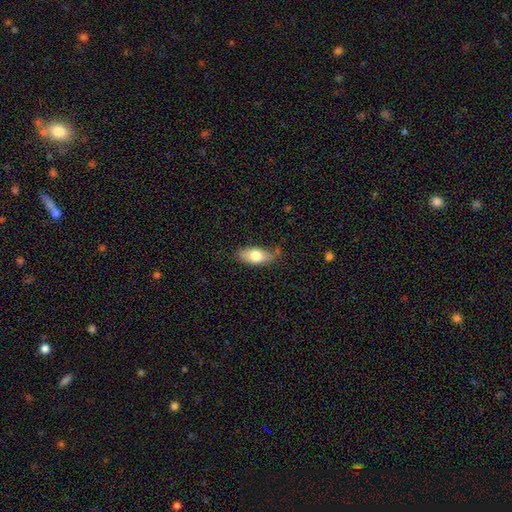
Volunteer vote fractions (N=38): This is likely a smooth galaxy (71%). How rounded: clearly in between (89%). Merging: likely none (69%).